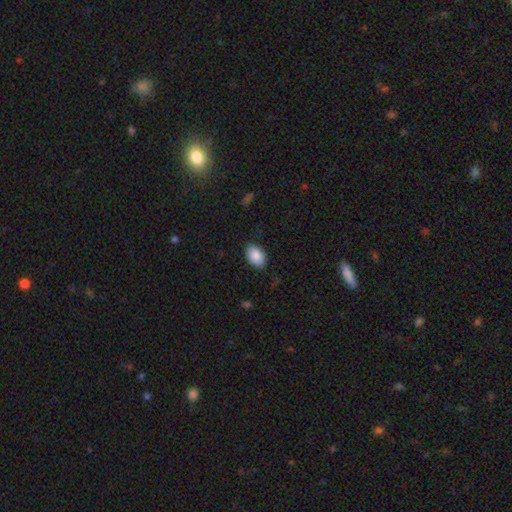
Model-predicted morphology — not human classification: smooth_or_featured: smooth (p=0.89) [alt: star or artifact p=0.07]
how_rounded: in between (p=0.88) [alt: round p=0.10]
merging: none (p=0.88) [alt: minor disturbance p=0.09]